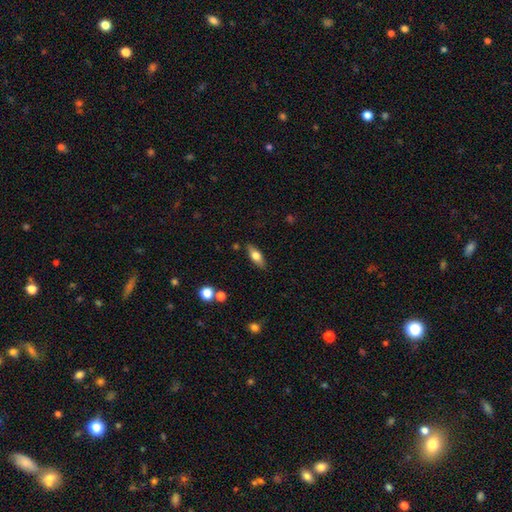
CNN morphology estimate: Smooth or featured? Predicted: smooth (p=0.61). How rounded? Predicted: in between (p=0.69). Merging? Predicted: none (p=0.85).